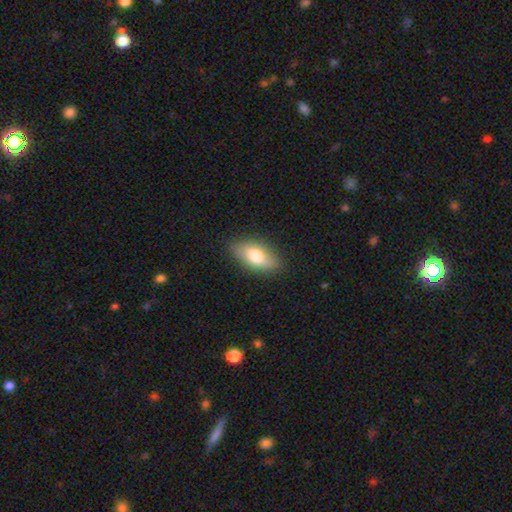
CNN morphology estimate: A smooth galaxy with no disk features (73%) that is in between round and cigar-shaped (88%). Merging: none (83%).